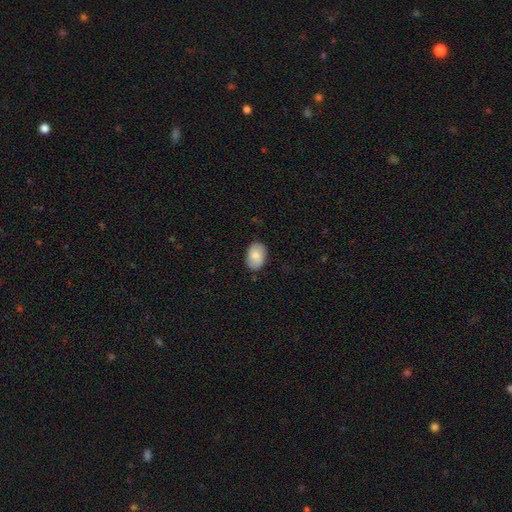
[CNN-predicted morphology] smooth 82%, featured or disk 11%, star or artifact 6%. Down the decision tree: how rounded — in between (88%); merging — none (83%).